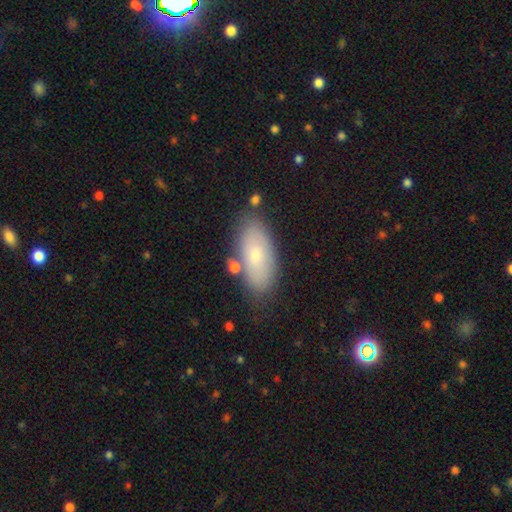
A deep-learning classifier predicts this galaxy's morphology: smooth-or-featured: smooth: 68% | featured or disk: 25% | star or artifact: 7%
  how-rounded: in between: 89% | cigar-shaped: 8% | round: 3%
  merging: none: 78% | minor disturbance: 14% | merger: 4% | major disturbance: 3%